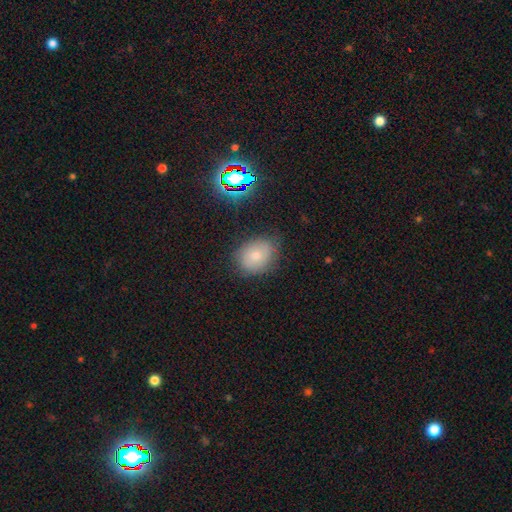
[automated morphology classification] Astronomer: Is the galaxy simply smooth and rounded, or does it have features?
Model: smooth — 72%.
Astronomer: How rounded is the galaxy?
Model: in between — 54% (runner-up: round, 45%).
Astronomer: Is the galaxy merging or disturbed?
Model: none — 75%.